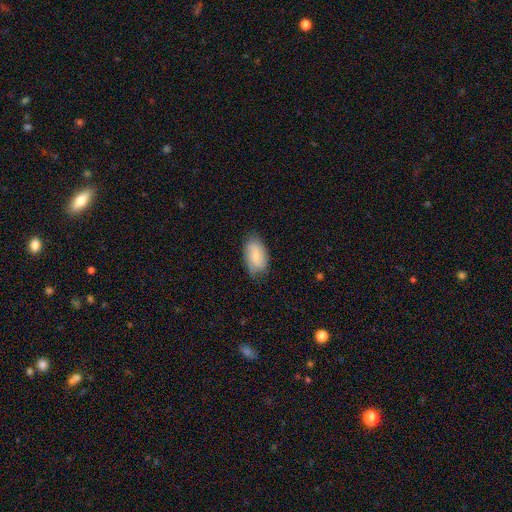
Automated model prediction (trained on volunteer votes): smooth_or_featured: smooth (p=0.69) [alt: featured or disk p=0.24]
how_rounded: in between (p=0.93) [alt: round p=0.04]
merging: none (p=0.75) [alt: minor disturbance p=0.20]